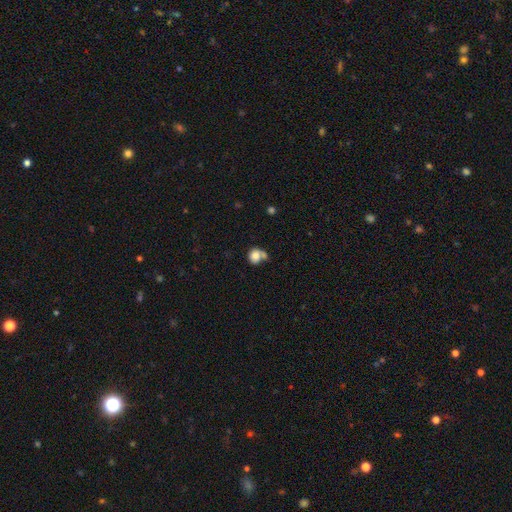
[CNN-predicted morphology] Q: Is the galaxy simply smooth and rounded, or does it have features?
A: smooth — 82%.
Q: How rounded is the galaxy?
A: round — 73%.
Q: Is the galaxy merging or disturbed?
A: none — 41%.